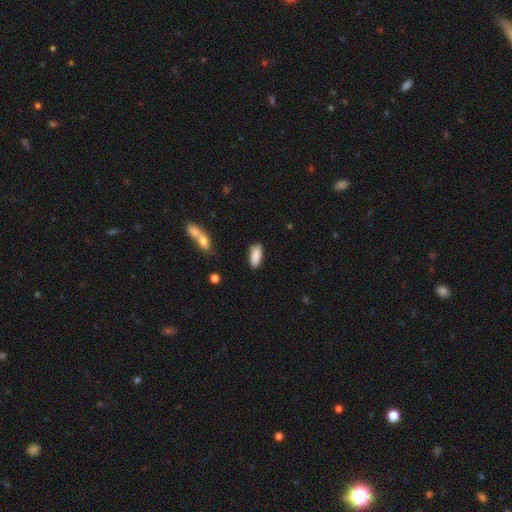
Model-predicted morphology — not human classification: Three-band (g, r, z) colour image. It shows a smooth galaxy with no disk features (88%) that is in between round and cigar-shaped (82%). Merging: none (81%).